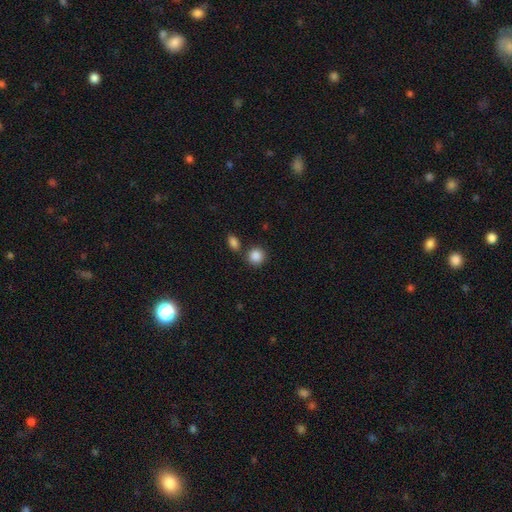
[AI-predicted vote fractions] Q: Smooth or featured?
A: smooth (88%); runner-up: star or artifact (9%)
Q: How rounded?
A: round (86%); runner-up: in between (13%)
Q: Merging?
A: none (75%); runner-up: merger (13%)